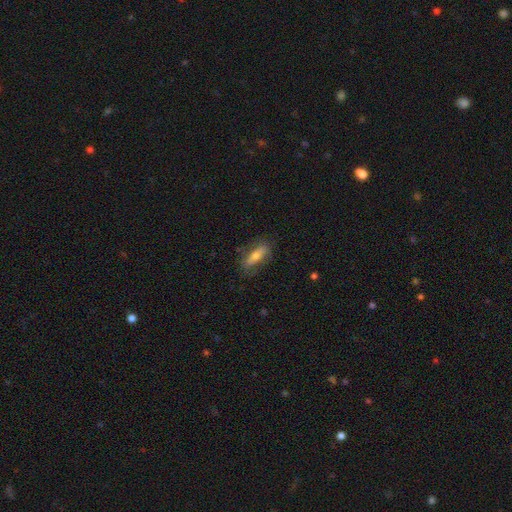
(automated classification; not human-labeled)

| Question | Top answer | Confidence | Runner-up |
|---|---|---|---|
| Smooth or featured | smooth | 50% | featured or disk (41%) |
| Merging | none | 76% | minor disturbance (17%) |